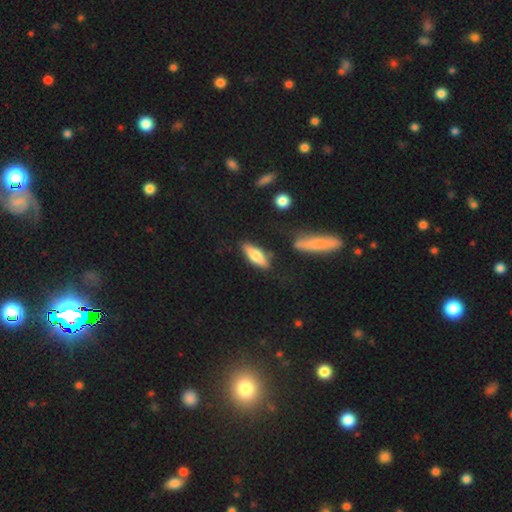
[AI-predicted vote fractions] smooth 64%, featured or disk 30%, star or artifact 6%. Down the decision tree: how rounded — cigar-shaped (51%); merging — none (77%).